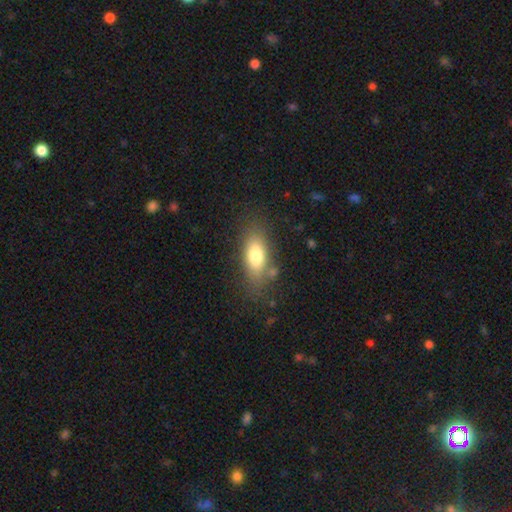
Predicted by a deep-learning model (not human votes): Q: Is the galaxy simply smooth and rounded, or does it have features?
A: smooth — 75%.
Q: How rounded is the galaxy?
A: in between — 80%.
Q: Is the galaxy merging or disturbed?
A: none — 74%.